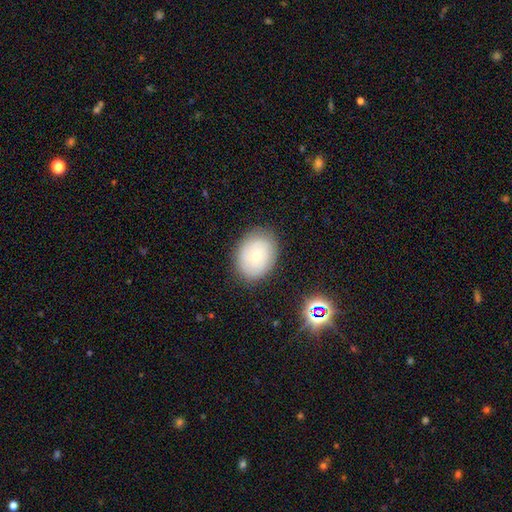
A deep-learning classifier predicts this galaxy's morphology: The model was most divided on "how rounded": in between: 60%, round: 39%, cigar-shaped: 1%. More confident: merging — none (83%); smooth or featured — smooth (60%).